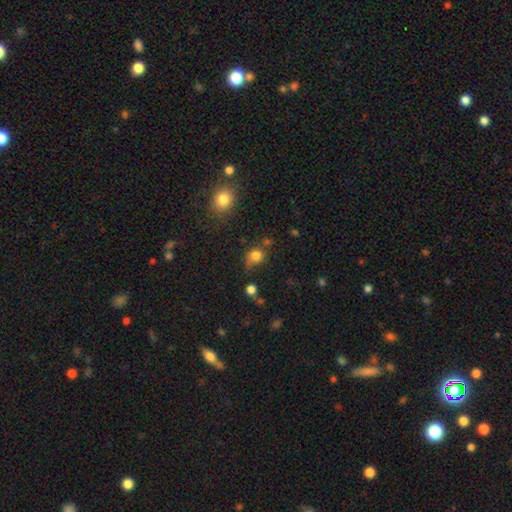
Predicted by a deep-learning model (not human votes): smooth_or_featured: smooth (p=0.79) [alt: star or artifact p=0.13]
how_rounded: round (p=0.72) [alt: in between p=0.27]
merging: none (p=0.53) [alt: minor disturbance p=0.26]